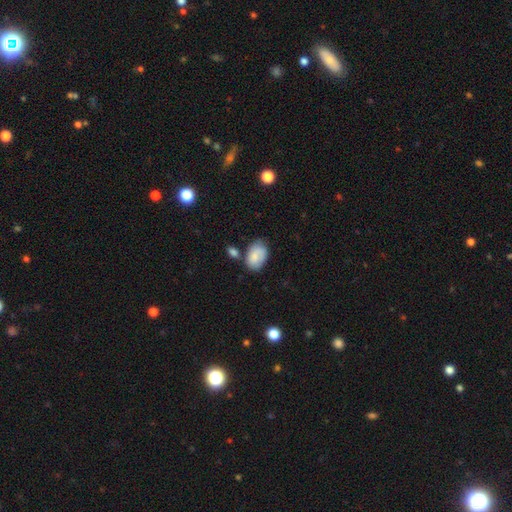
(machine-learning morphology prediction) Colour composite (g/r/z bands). It shows a smooth galaxy with no disk features (78%) that is in between round and cigar-shaped (89%). Merging: none (53%).